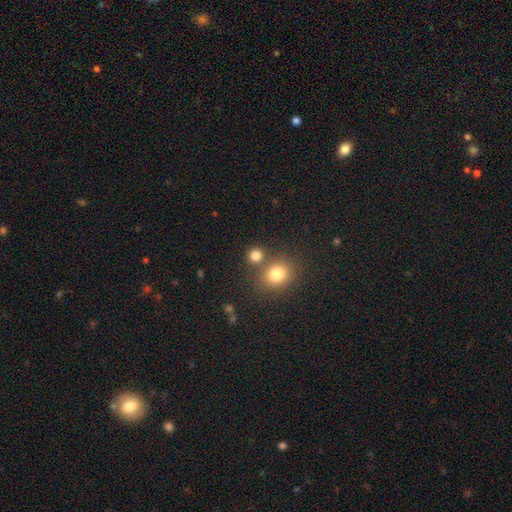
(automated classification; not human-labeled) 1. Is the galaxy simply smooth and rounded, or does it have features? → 80% smooth, 14% star or artifact, 6% featured or disk.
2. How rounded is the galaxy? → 85% round, 14% in between, 1% cigar-shaped.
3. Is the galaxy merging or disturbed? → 70% none, 20% merger, 7% minor disturbance, 3% major disturbance.